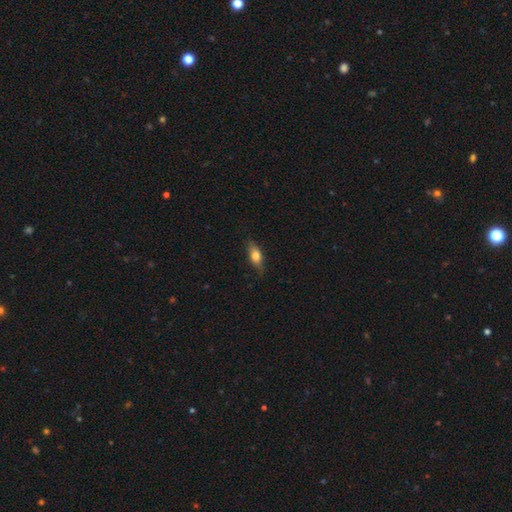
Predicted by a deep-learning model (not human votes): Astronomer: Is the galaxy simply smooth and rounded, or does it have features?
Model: smooth — 66%.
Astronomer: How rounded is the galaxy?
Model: in between — 70%.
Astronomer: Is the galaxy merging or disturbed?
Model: none — 76%.